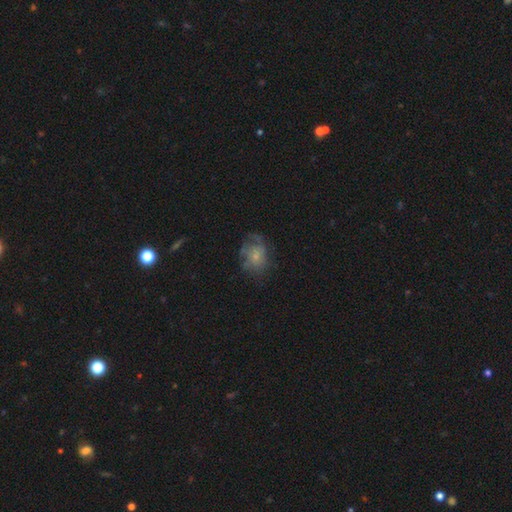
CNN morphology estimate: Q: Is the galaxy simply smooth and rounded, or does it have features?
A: smooth — 51%.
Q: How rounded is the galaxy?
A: round — 52%.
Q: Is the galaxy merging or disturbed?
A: none — 51%.